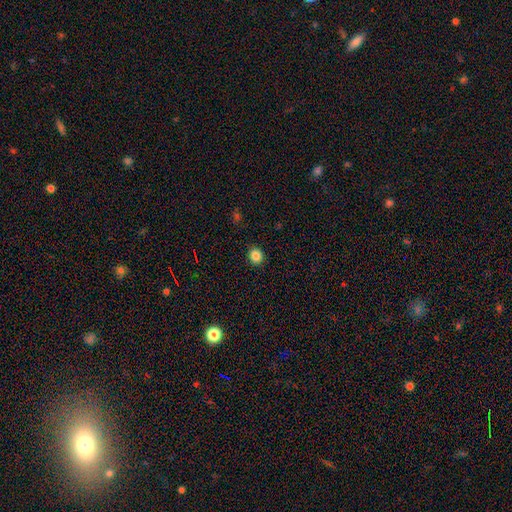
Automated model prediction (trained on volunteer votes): Smooth or featured? Predicted: smooth (p=0.85). How rounded? Predicted: round (p=0.79). Merging? Predicted: none (p=0.91).